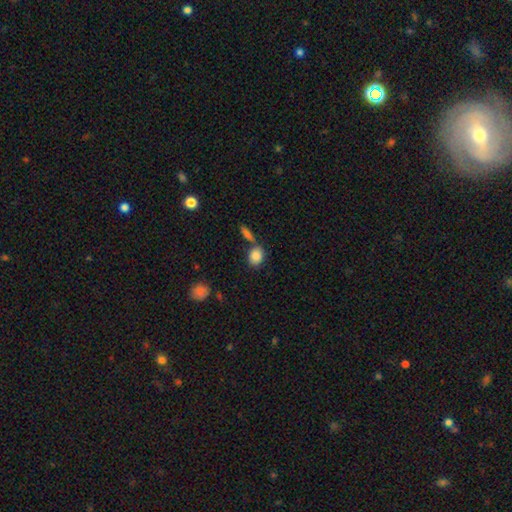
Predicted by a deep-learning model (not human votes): smooth-or-featured: smooth: 86% | star or artifact: 8% | featured or disk: 6%
  how-rounded: in between: 53% | round: 45% | cigar-shaped: 2%
  merging: none: 61% | merger: 23% | minor disturbance: 13% | major disturbance: 4%